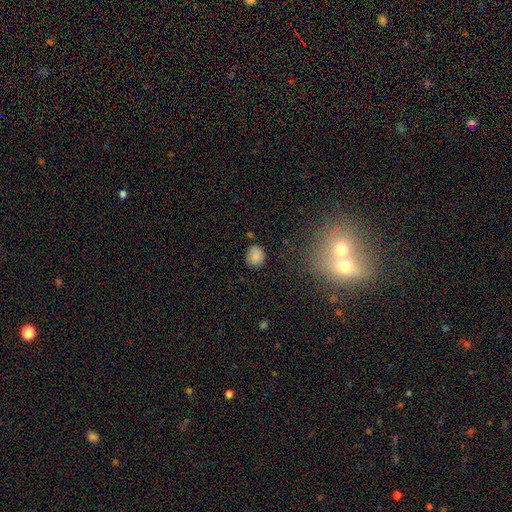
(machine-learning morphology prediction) Smooth or featured? smooth (83%)
How rounded? round (68%)
Merging? none (74%)